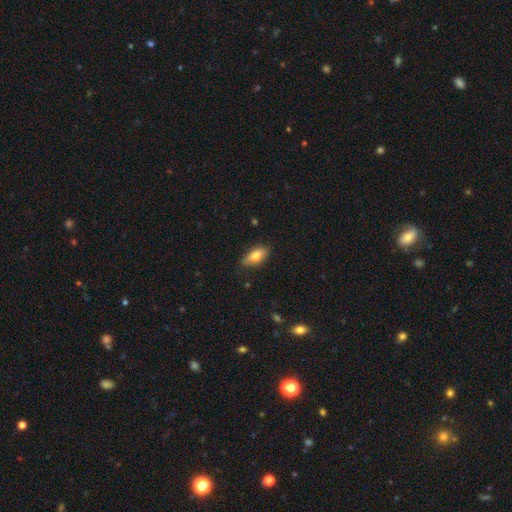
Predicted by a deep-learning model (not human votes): This appears to be a smooth galaxy with no disk features (79%) that is in between round and cigar-shaped (87%). Merging: none (83%).